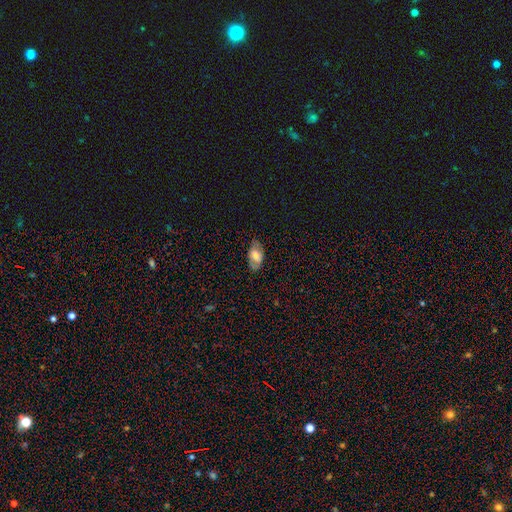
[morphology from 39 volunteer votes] smooth_or_featured: smooth (p=0.69) [alt: featured or disk p=0.23]
how_rounded: in between (p=1.00)
merging: none (p=0.67) [alt: minor disturbance p=0.28]